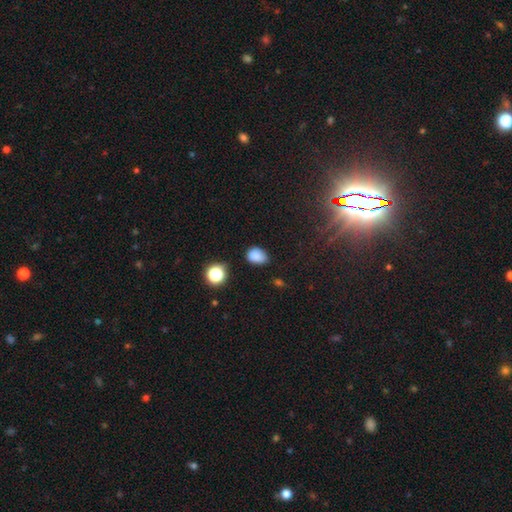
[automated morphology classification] A smooth galaxy with no disk features (83%) that is in between round and cigar-shaped (68%).

Vote fractions:
- Smooth or featured? smooth: 83% / star or artifact: 12% / featured or disk: 5%
- How rounded? in between: 68% / round: 31% / cigar-shaped: 1%
- Merging? none: 67% / minor disturbance: 25% / major disturbance: 5% / merger: 3%